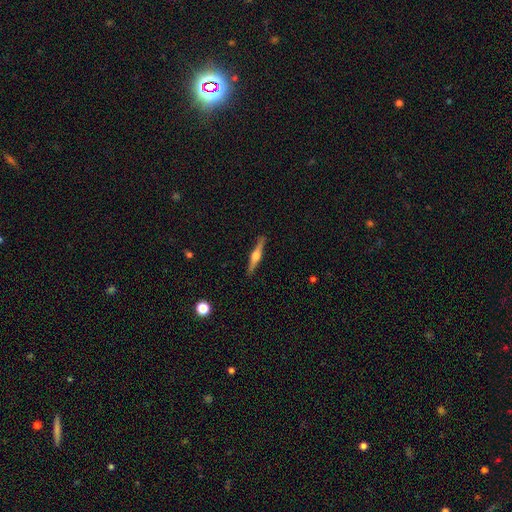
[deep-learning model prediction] Overall: featured or disk (74%). Edge-on disk: yes (98%). Edge-on bulge: rounded (92%). Merging: none (90%).